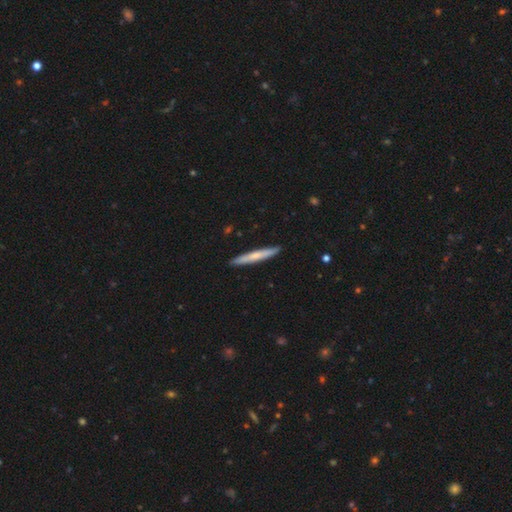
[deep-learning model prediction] This appears to be a smooth galaxy with no disk features (62%) that is cigar-shaped (96%). Merging: none (92%).